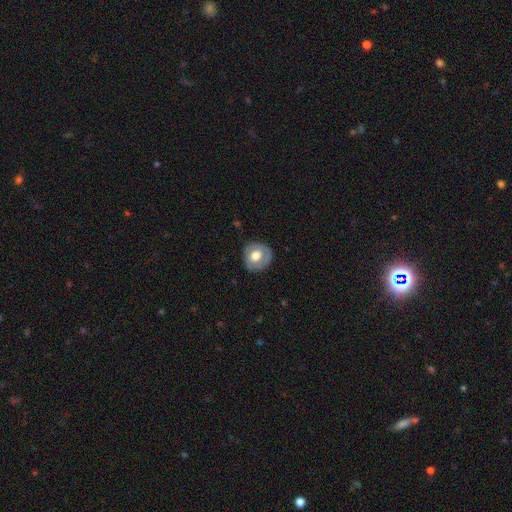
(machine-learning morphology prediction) Smooth or featured?
  - smooth: 53% *
  - featured or disk: 40%
  - star or artifact: 7%
How rounded?
  - round: 85% *
  - in between: 14%
  - cigar-shaped: 1%
Merging?
  - none: 78% *
  - minor disturbance: 16%
  - major disturbance: 5%
  - merger: 1%